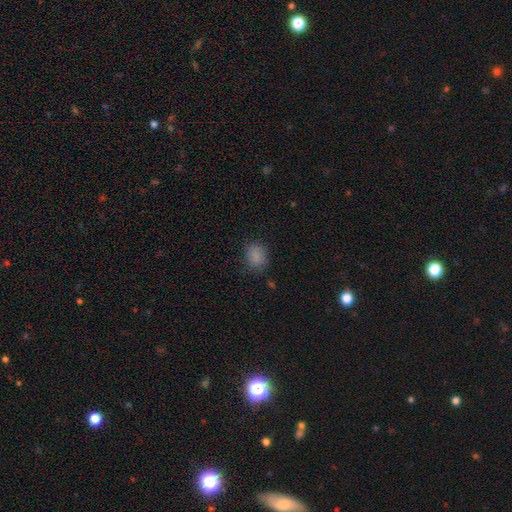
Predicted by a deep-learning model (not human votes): smooth 83%, star or artifact 11%, featured or disk 7%. Down the decision tree: how rounded — in between (56%); merging — none (75%).